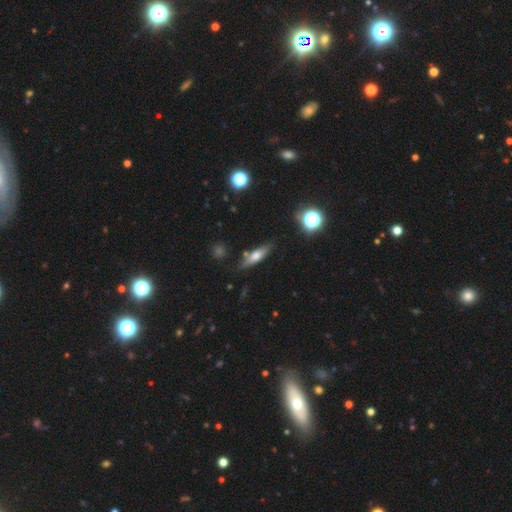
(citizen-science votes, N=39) smooth_or_featured: smooth (p=0.56) [alt: featured or disk p=0.36]
how_rounded: cigar-shaped (p=0.64) [alt: in between p=0.32]
merging: none (p=0.61) [alt: minor disturbance p=0.31]